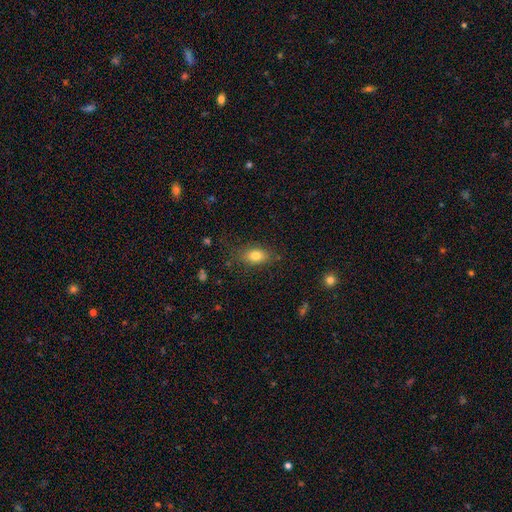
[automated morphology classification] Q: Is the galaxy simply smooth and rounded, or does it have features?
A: smooth — 79%.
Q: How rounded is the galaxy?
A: in between — 79%.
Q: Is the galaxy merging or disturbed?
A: none — 79%.